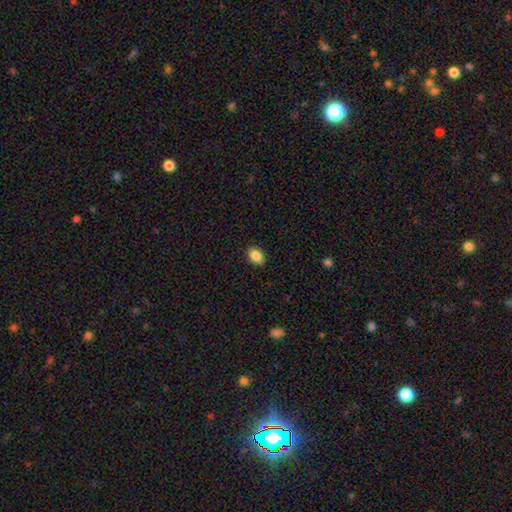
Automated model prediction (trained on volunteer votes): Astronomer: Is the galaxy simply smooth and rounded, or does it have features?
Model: smooth — 87%.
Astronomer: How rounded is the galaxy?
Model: in between — 77%.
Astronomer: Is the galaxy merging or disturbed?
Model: none — 88%.